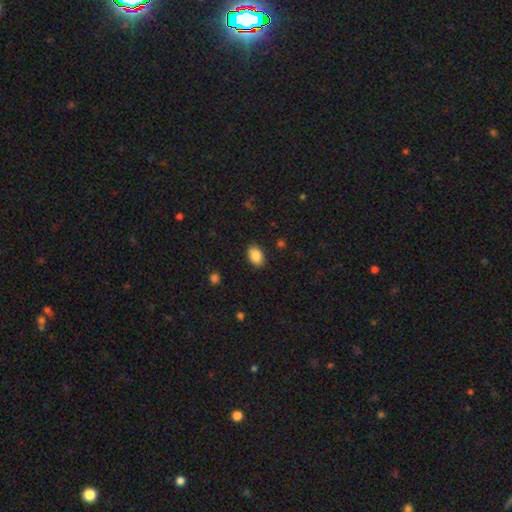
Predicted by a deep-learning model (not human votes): Smooth or featured: smooth — 87% (star or artifact — 8%)
How rounded: in between — 82% (round — 17%)
Merging: none — 87% (minor disturbance — 9%)